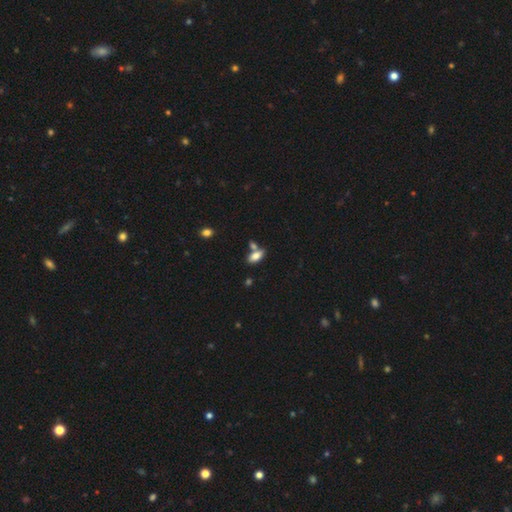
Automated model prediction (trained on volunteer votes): Smooth or featured? Predicted: smooth (p=0.79). How rounded? Predicted: in between (p=0.86). Merging? Predicted: none (p=0.57).